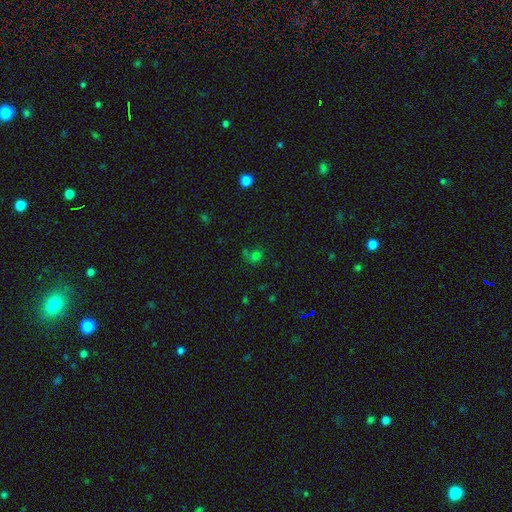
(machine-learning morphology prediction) smooth 60%, star or artifact 31%, featured or disk 9%. Down the decision tree: how rounded — round (77%); merging — none (57%).